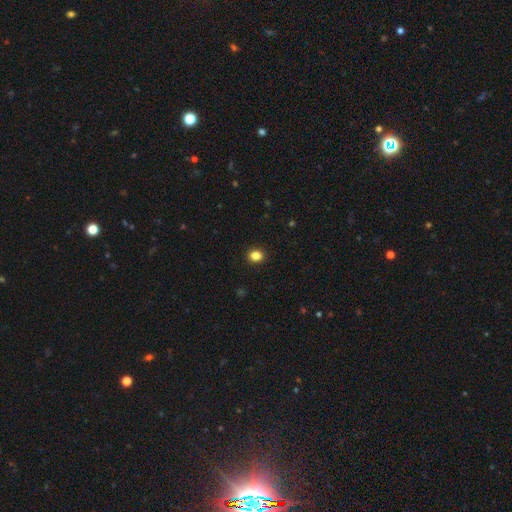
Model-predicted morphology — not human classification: Smooth or featured? smooth (84%)
How rounded? round (68%)
Merging? none (92%)